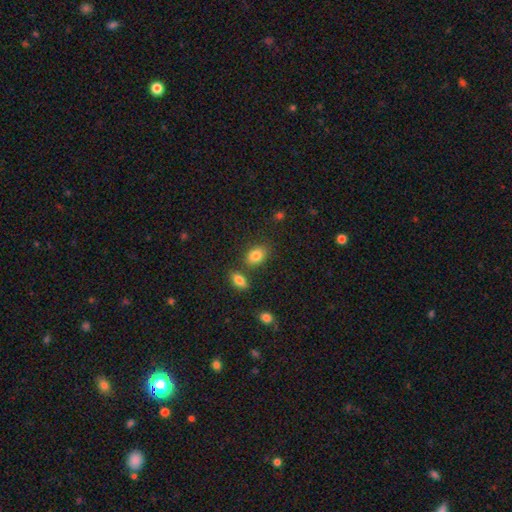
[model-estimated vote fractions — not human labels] Smooth or featured: smooth — 83% (star or artifact — 9%)
How rounded: in between — 79% (round — 20%)
Merging: none — 71% (minor disturbance — 13%)